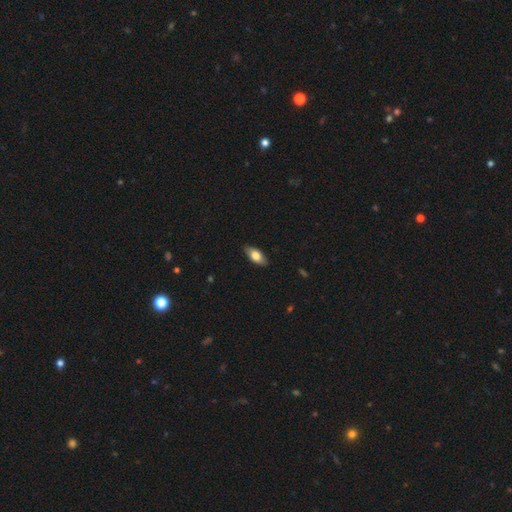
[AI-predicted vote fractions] This appears to be a smooth galaxy with no disk features (72%) that is in between round and cigar-shaped (86%). Merging: none (85%).